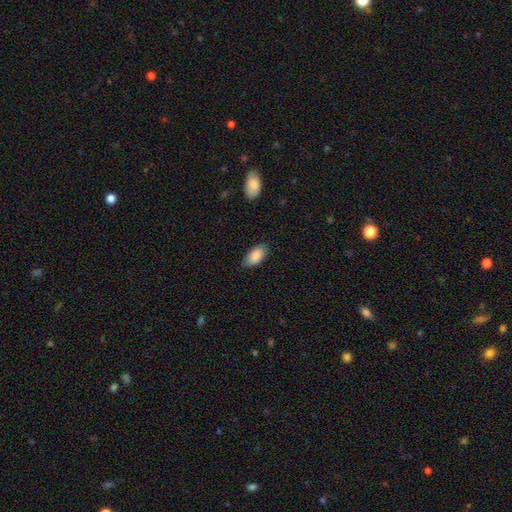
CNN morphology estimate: smooth-or-featured: smooth: 88% | featured or disk: 6% | star or artifact: 6%
  how-rounded: in between: 94% | cigar-shaped: 4% | round: 2%
  merging: none: 82% | minor disturbance: 15% | major disturbance: 3% | merger: 1%